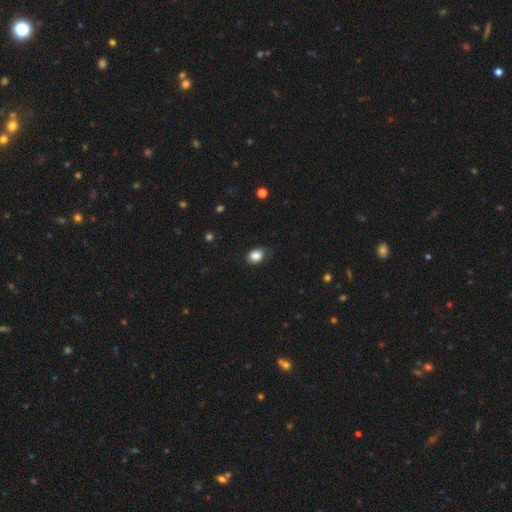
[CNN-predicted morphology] type=smooth (85%); roundness=in between (60%); merging=none (69%).